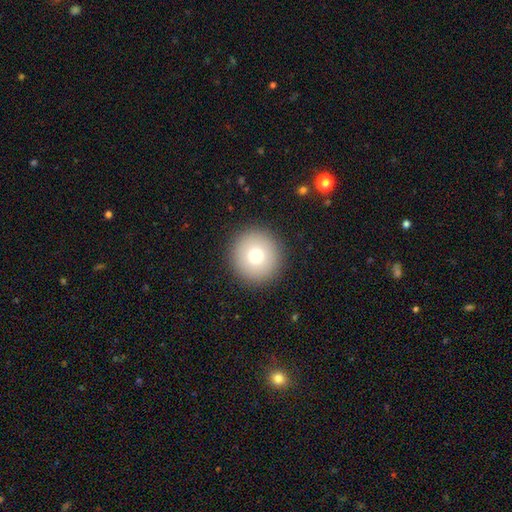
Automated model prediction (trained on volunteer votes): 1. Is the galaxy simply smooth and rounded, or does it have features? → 74% smooth, 13% featured or disk, 13% star or artifact.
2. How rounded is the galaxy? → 96% round, 3% in between, 1% cigar-shaped.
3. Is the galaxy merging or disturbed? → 92% none, 4% minor disturbance, 2% major disturbance, 1% merger.